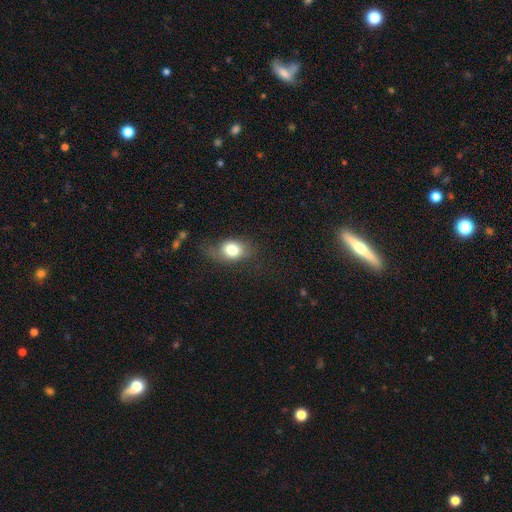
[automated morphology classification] Q: Smooth or featured?
A: smooth (48%); runner-up: star or artifact (26%)
Q: Merging?
A: none (73%); runner-up: minor disturbance (16%)